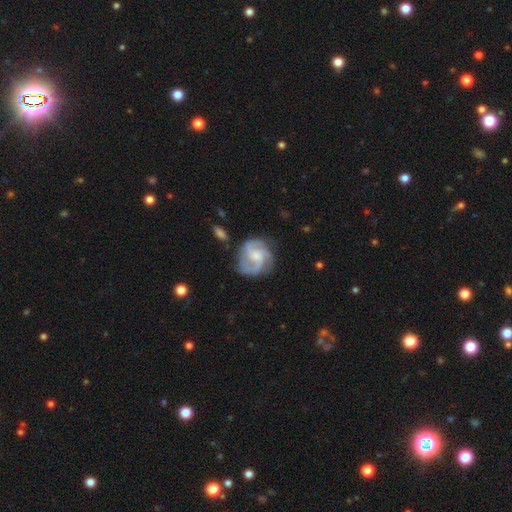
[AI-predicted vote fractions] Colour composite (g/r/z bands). It shows a featured or disk galaxy (83%) with no bar (56%), 3 (56%) medium (52%) spiral arms (97%) and a moderate central bulge (42%). Merging: none (71%).